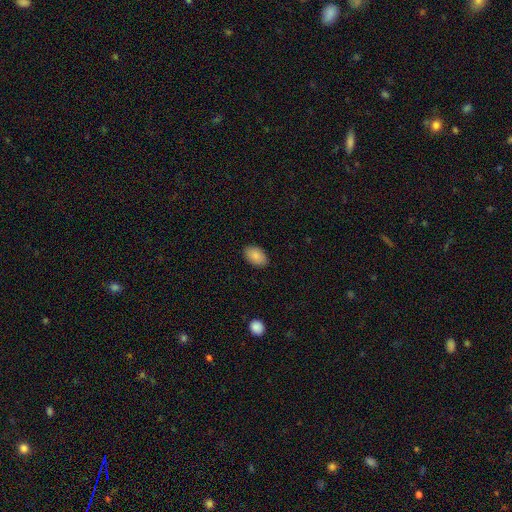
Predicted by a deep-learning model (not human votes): The model was most divided on "merging": none: 88%, minor disturbance: 9%, major disturbance: 2%, merger: 1%. More confident: how rounded — in between (92%); smooth or featured — smooth (88%).